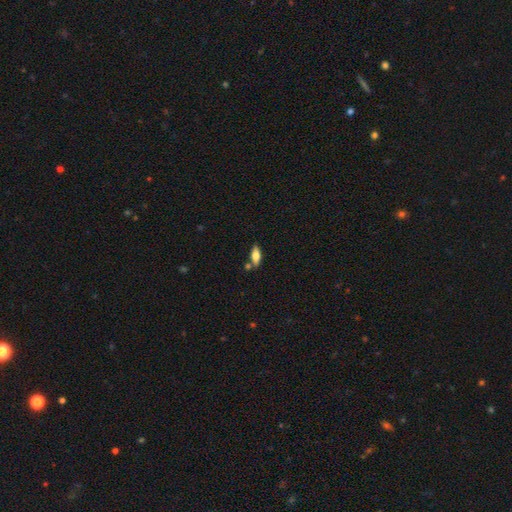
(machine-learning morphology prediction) Smooth or featured?
  - smooth: 66% *
  - featured or disk: 27%
  - star or artifact: 7%
How rounded?
  - in between: 75% *
  - cigar-shaped: 22%
  - round: 3%
Merging?
  - none: 72% *
  - minor disturbance: 13%
  - merger: 11%
  - major disturbance: 3%